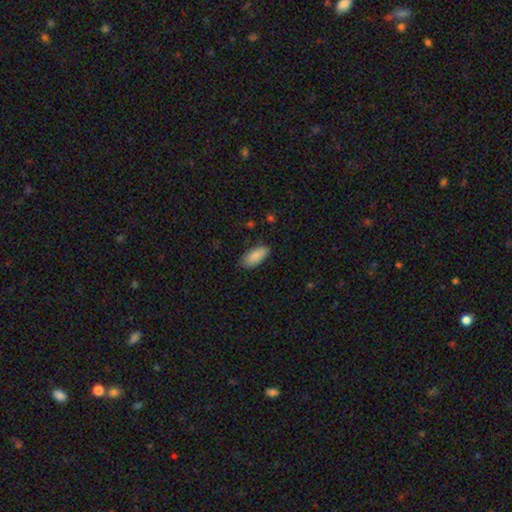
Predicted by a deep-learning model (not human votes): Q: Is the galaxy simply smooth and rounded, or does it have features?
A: smooth — 89%.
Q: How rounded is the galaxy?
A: in between — 88%.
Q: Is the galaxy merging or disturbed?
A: none — 83%.